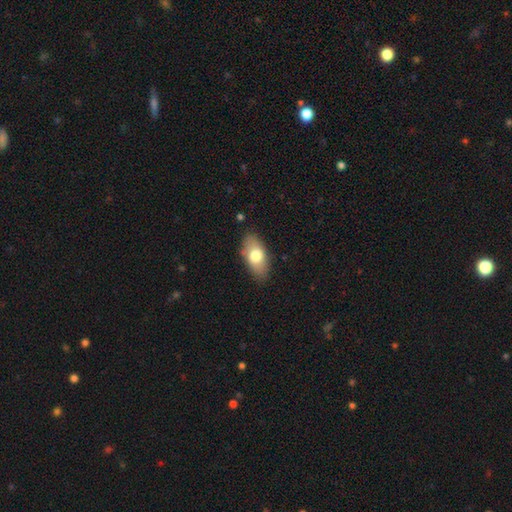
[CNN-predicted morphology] smooth_or_featured: smooth (p=0.73) [alt: featured or disk p=0.20]
how_rounded: in between (p=0.90) [alt: cigar-shaped p=0.05]
merging: none (p=0.83) [alt: minor disturbance p=0.13]